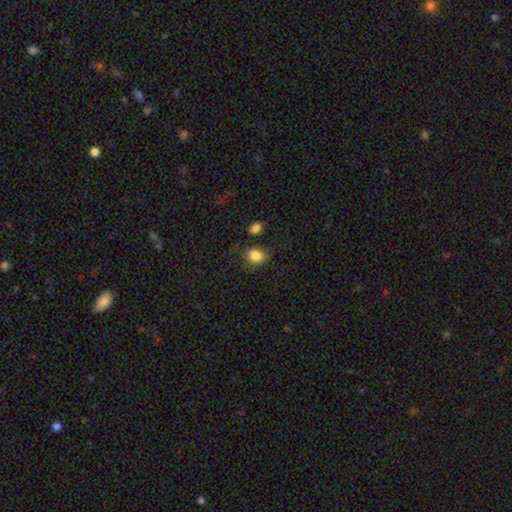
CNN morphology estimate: Smooth or featured? smooth (84%)
How rounded? round (56%)
Merging? none (72%)